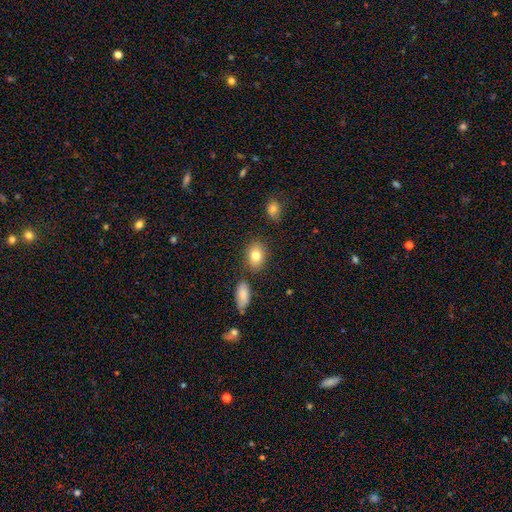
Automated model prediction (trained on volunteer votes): smooth 81%, featured or disk 10%, star or artifact 9%. Down the decision tree: how rounded — in between (72%); merging — none (81%).